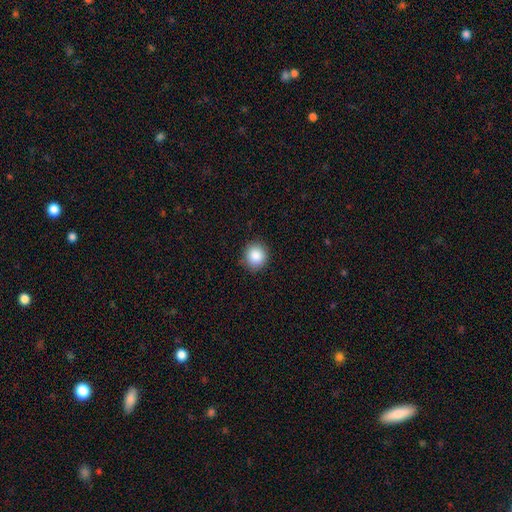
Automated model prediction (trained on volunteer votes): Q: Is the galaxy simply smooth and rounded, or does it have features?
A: smooth — 87%.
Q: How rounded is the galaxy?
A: round — 87%.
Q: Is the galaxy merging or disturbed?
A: none — 88%.